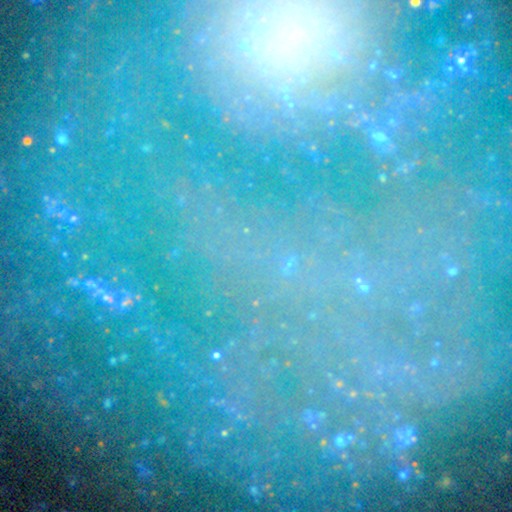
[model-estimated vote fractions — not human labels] This is possibly a star or artifact rather than a galaxy (58%).